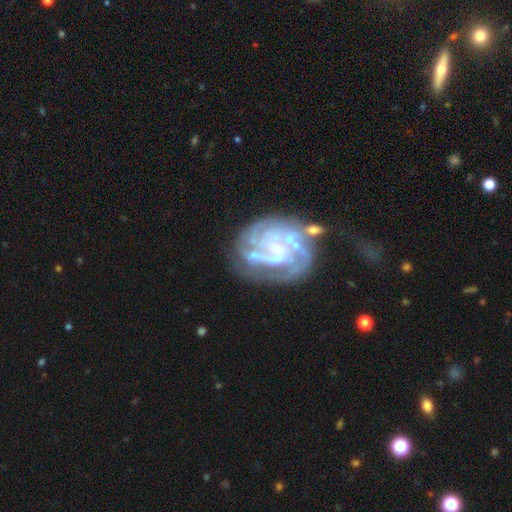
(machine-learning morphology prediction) smooth-or-featured: featured or disk: 84% | smooth: 9% | star or artifact: 7%
  disk-edge-on: no: 98% | yes: 2%
    bar: no: 50% | weak: 36% | strong: 13%
    has-spiral-arms: yes: 90% | no: 10%
      spiral-winding: tight: 52% | medium: 37% | loose: 12%
      spiral-arm-count: 3: 31% | can't tell: 25% | 2: 17% | 4: 14% | 1: 7% | more than 4: 6%
    bulge-size: small: 41% | none: 30% | moderate: 25% | large: 4% | dominant: 1%
  merging: none: 51% | minor disturbance: 19% | major disturbance: 19% | merger: 10%